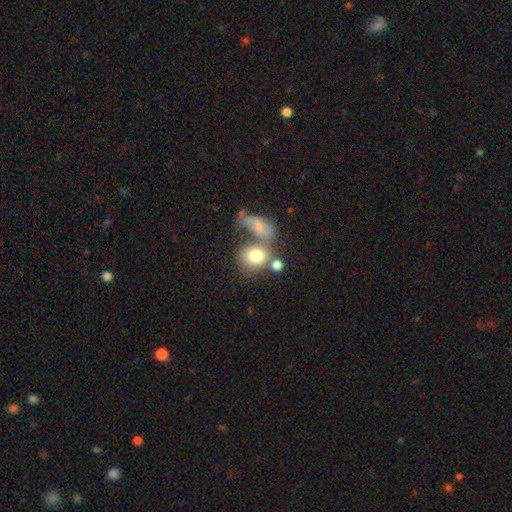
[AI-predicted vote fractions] Smooth or featured: smooth — 74% (featured or disk — 17%)
How rounded: round — 66% (in between — 33%)
Merging: none — 41% (merger — 39%)